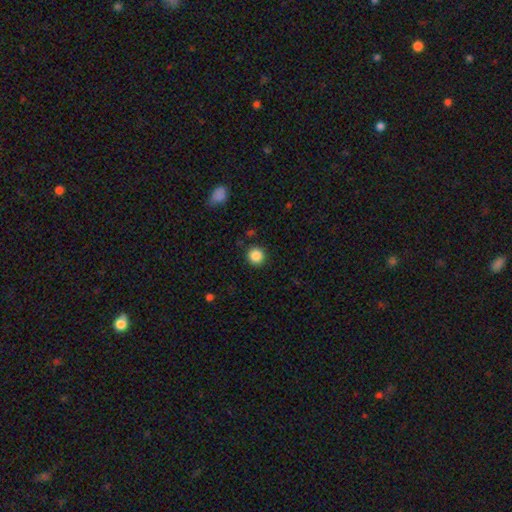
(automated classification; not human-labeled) Smooth or featured? smooth (87%)
How rounded? round (93%)
Merging? none (90%)